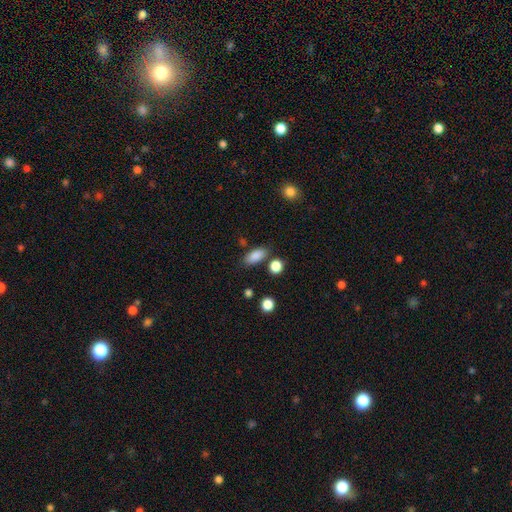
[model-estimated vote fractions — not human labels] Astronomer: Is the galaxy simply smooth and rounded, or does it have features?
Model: smooth — 86%.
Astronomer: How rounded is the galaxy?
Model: in between — 86%.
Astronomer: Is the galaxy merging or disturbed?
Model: none — 79%.